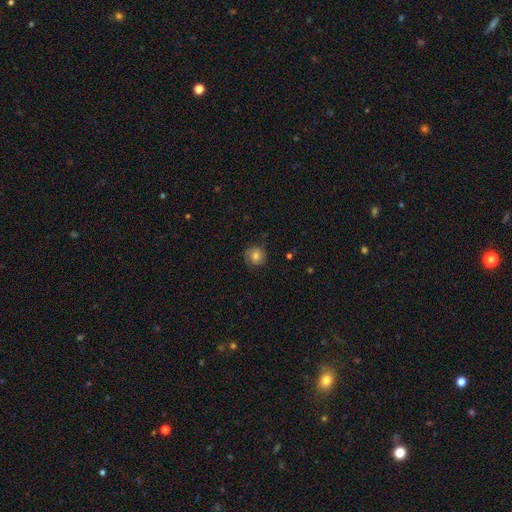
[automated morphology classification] Smooth or featured? Predicted: smooth (p=0.55). How rounded? Predicted: round (p=0.87). Merging? Predicted: none (p=0.77).